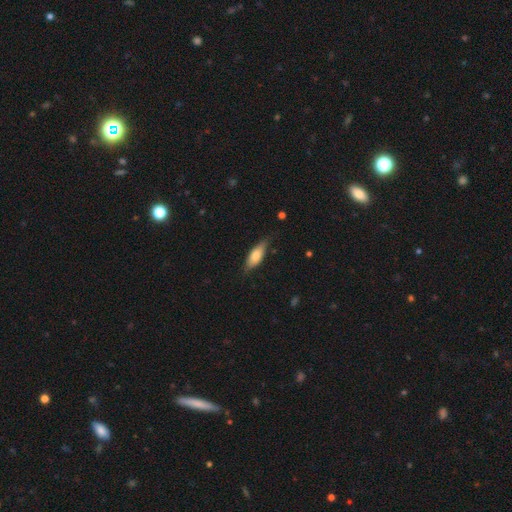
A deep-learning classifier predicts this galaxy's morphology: This is likely a smooth galaxy (71%). How rounded: likely in between (65%). Merging: likely none (75%).